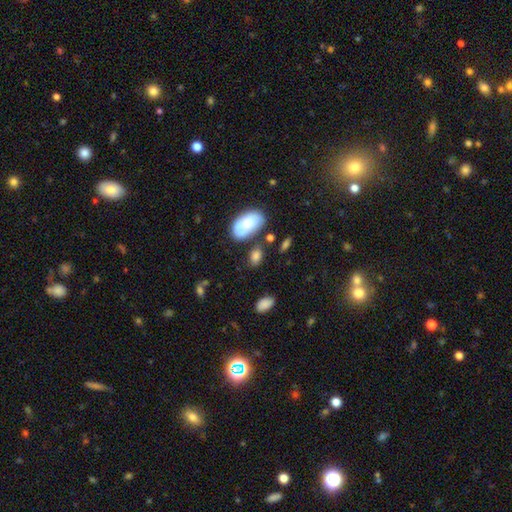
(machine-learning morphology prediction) Q: Smooth or featured?
A: smooth (77%); runner-up: featured or disk (13%)
Q: How rounded?
A: in between (83%); runner-up: round (14%)
Q: Merging?
A: none (58%); runner-up: minor disturbance (21%)